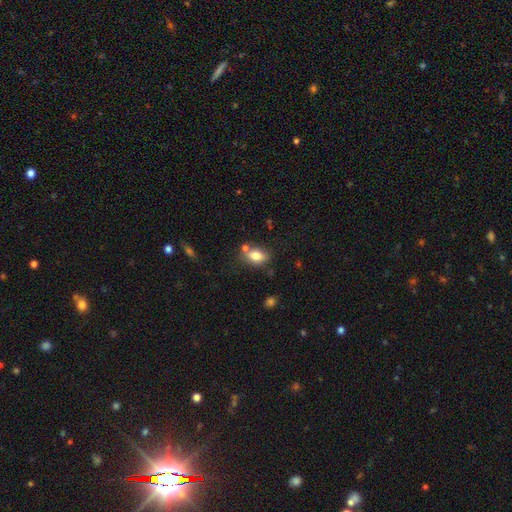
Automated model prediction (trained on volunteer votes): A smooth galaxy with no disk features (78%) that is in between round and cigar-shaped (80%). Merging: none (64%).